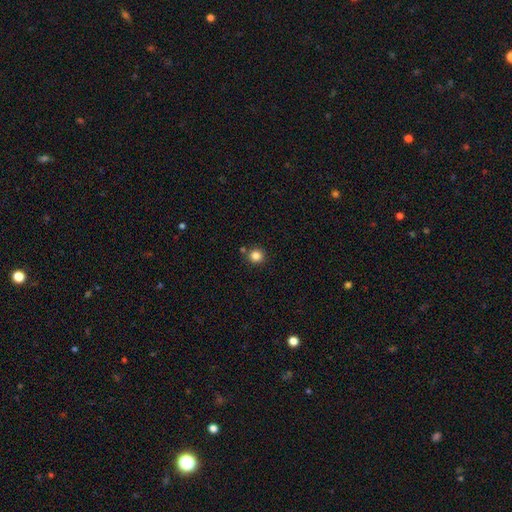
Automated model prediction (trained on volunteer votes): smooth_or_featured: smooth (p=0.84) [alt: star or artifact p=0.12]
how_rounded: round (p=0.93) [alt: in between p=0.06]
merging: none (p=0.81) [alt: merger p=0.08]